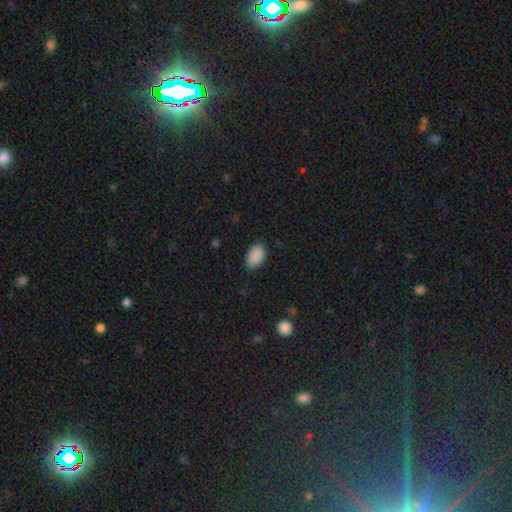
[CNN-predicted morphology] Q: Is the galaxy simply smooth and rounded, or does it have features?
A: smooth — 90%.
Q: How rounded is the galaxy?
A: in between — 91%.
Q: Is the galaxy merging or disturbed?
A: none — 85%.